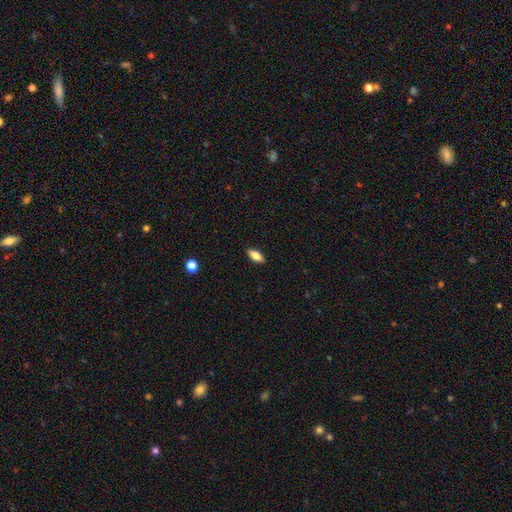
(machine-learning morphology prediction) smooth-or-featured: smooth: 74% | featured or disk: 19% | star or artifact: 7%
  how-rounded: in between: 80% | cigar-shaped: 17% | round: 3%
  merging: none: 89% | minor disturbance: 8% | major disturbance: 2% | merger: 1%